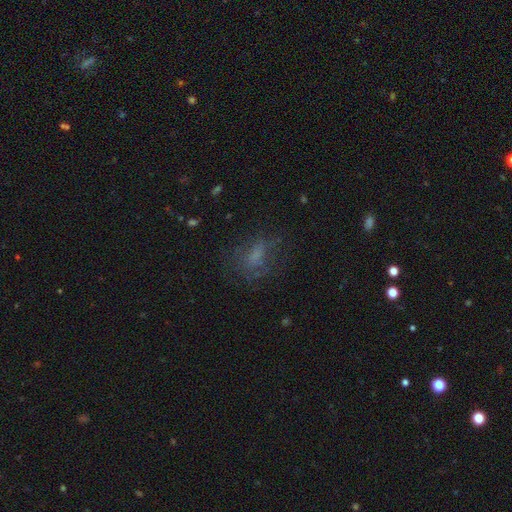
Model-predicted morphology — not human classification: Q: Smooth or featured?
A: smooth (49%); runner-up: featured or disk (30%)
Q: Merging?
A: none (54%); runner-up: major disturbance (24%)